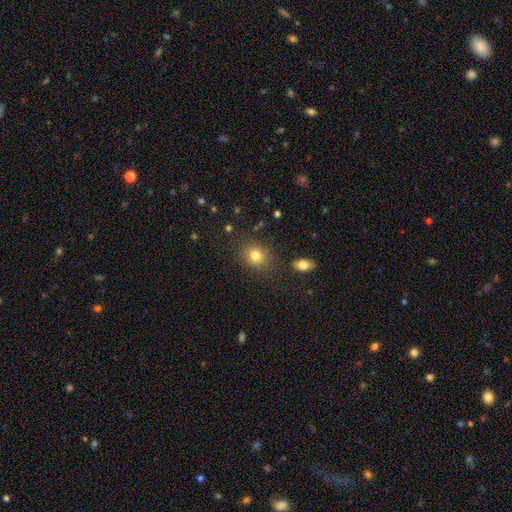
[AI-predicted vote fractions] This is clearly a smooth galaxy (81%). How rounded: likely round (67%). Merging: clearly none (83%).